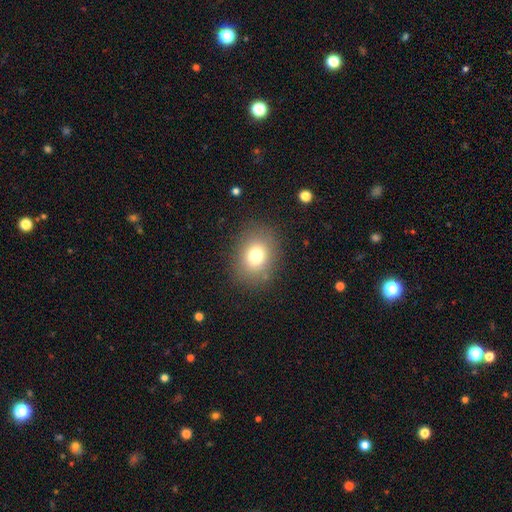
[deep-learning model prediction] This is likely a smooth galaxy (77%). How rounded: possibly round (54%). Merging: clearly none (85%).